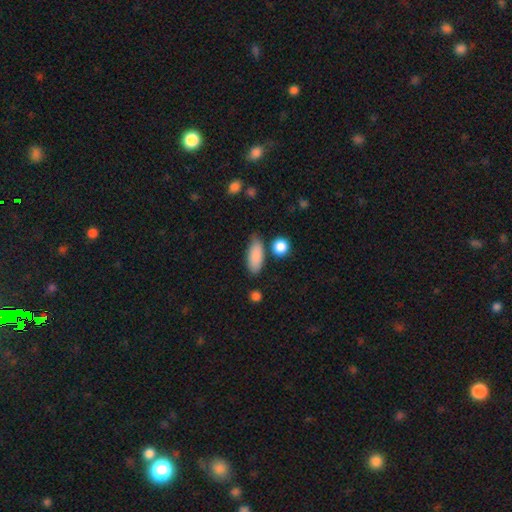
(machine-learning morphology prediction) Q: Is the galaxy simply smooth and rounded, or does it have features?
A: smooth — 87%.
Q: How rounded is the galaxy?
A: in between — 77%.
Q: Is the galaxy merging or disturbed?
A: none — 72%.